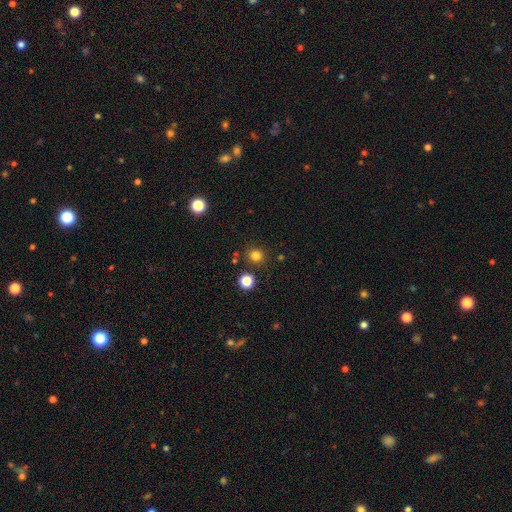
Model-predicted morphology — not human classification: Smooth or featured? Predicted: smooth (p=0.80). How rounded? Predicted: round (p=0.91). Merging? Predicted: none (p=0.86).